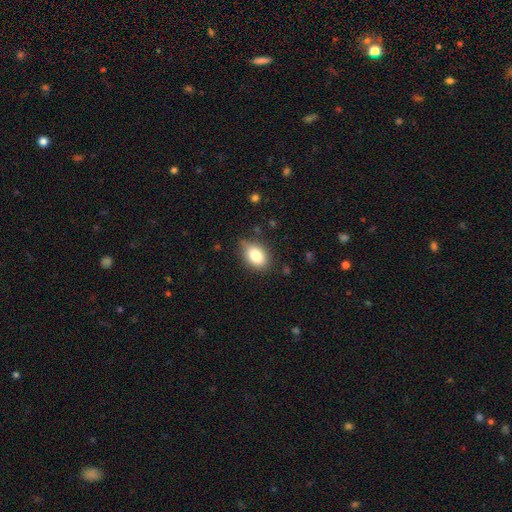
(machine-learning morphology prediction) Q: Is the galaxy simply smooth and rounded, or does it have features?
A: smooth — 83%.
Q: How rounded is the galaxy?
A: in between — 81%.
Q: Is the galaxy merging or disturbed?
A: none — 71%.